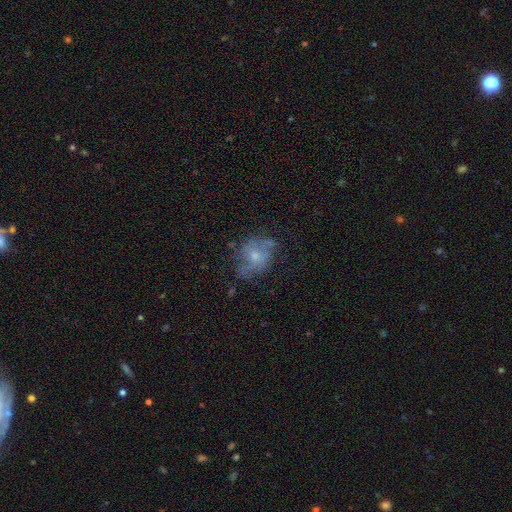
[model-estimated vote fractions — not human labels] This is possibly a featured or disk galaxy (50%). Merging: possibly none (52%).